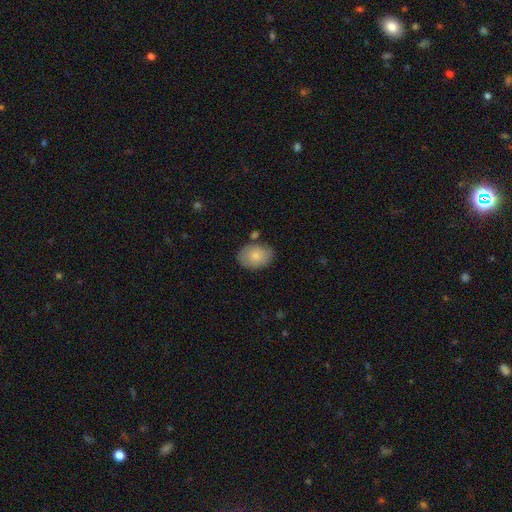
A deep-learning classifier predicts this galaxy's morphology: A smooth galaxy with no disk features (80%) that is in between round and cigar-shaped (77%).

Vote fractions:
- Smooth or featured? smooth: 80% / featured or disk: 14% / star or artifact: 6%
- How rounded? in between: 77% / round: 22% / cigar-shaped: 1%
- Merging? none: 74% / minor disturbance: 17% / merger: 6% / major disturbance: 4%